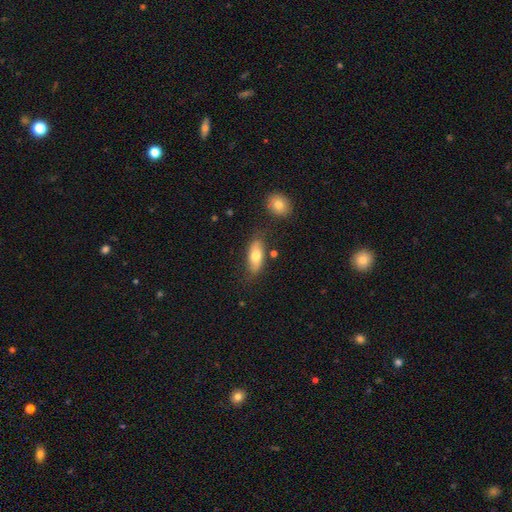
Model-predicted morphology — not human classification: smooth 69%, featured or disk 25%, star or artifact 6%. Down the decision tree: how rounded — in between (81%); merging — none (74%).